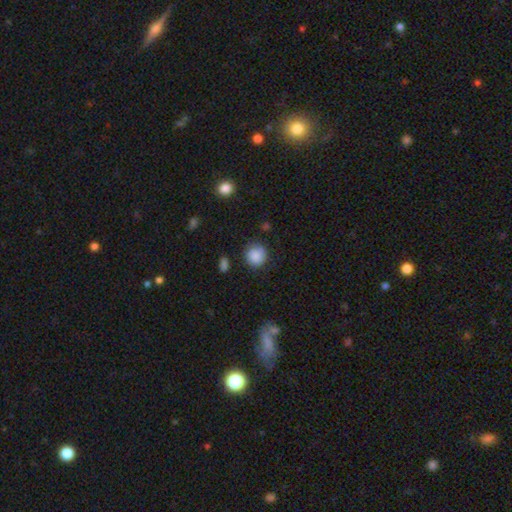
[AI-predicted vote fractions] Morphology: type=smooth (88%); roundness=round (89%); merging=none (82%).